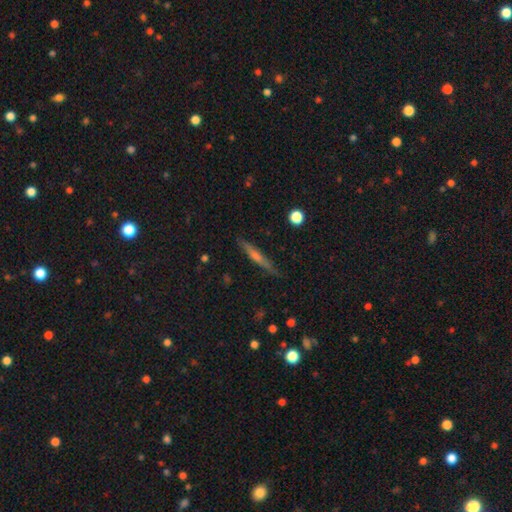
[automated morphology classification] This is possibly a featured or disk galaxy (55%). It is clearly viewed edge-on (96%). Edge-on bulge: possibly rounded (49%). Merging: clearly none (87%).